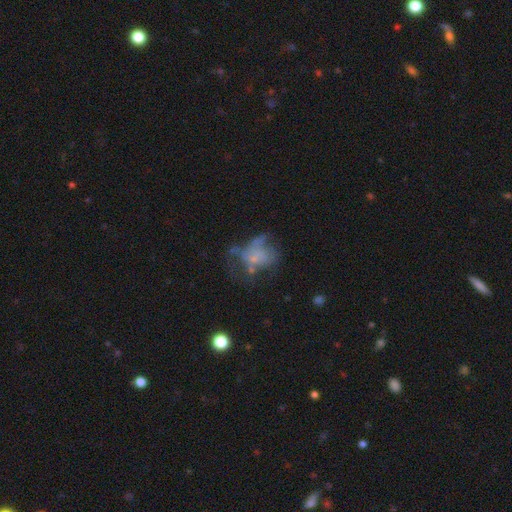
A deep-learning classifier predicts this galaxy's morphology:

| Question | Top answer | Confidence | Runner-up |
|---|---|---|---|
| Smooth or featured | featured or disk | 47% | smooth (38%) |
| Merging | major disturbance | 42% | none (28%) |